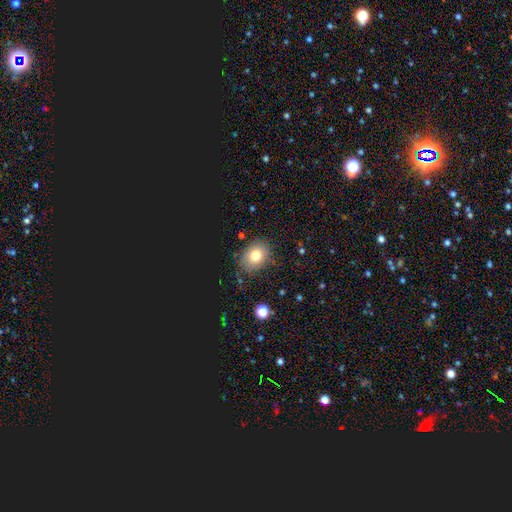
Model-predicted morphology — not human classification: Smooth or featured?
  - smooth: 75% *
  - star or artifact: 14%
  - featured or disk: 11%
How rounded?
  - in between: 54% *
  - round: 45%
  - cigar-shaped: 1%
Merging?
  - none: 82% *
  - minor disturbance: 13%
  - major disturbance: 3%
  - merger: 2%